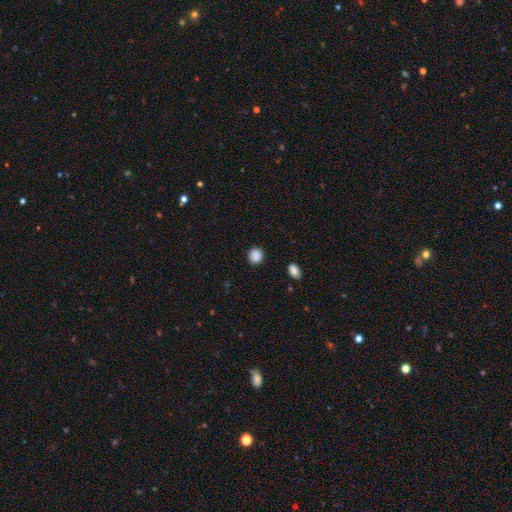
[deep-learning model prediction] The model was most divided on "how rounded": round: 86%, in between: 13%, cigar-shaped: 1%. More confident: merging — none (91%); smooth or featured — smooth (88%).